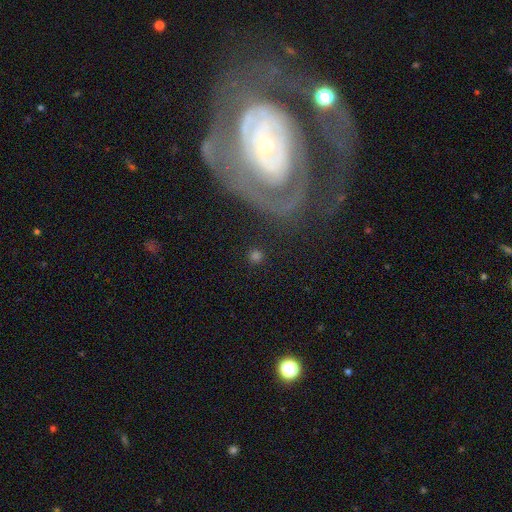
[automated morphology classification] Smooth or featured? Predicted: smooth (p=0.69). How rounded? Predicted: round (p=0.92). Merging? Predicted: none (p=0.83).